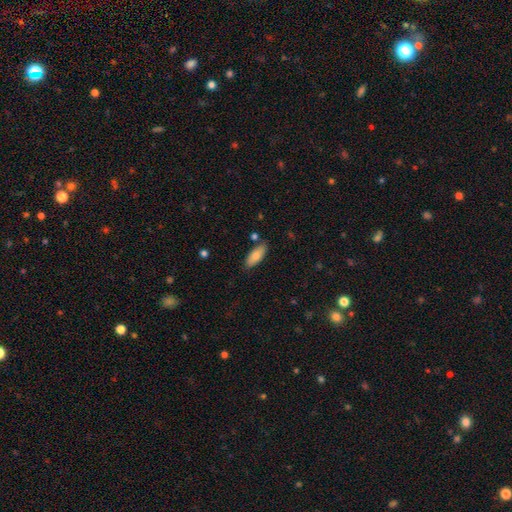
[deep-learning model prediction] The model was most divided on "how rounded": in between: 77%, cigar-shaped: 21%, round: 2%. More confident: smooth or featured — smooth (81%); merging — none (81%).